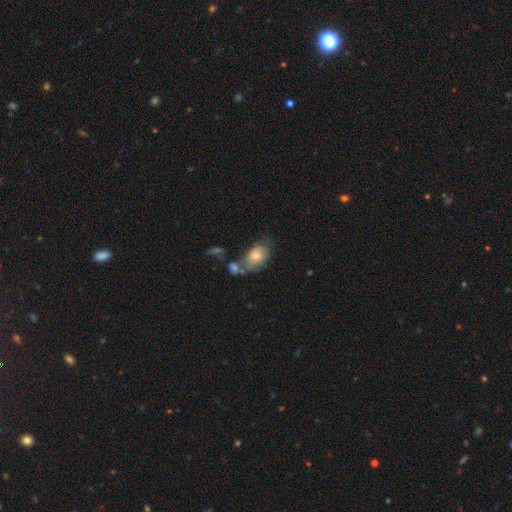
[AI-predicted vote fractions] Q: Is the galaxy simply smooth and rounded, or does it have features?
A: smooth — 61%.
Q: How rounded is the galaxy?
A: in between — 83%.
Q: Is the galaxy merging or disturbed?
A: none — 35%.